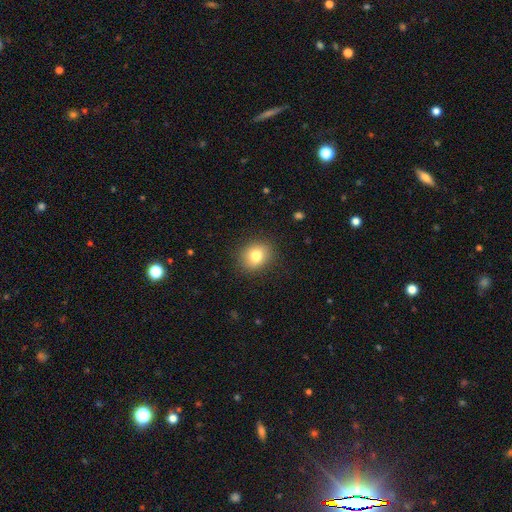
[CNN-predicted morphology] Q: Smooth or featured?
A: smooth (80%); runner-up: star or artifact (11%)
Q: How rounded?
A: round (68%); runner-up: in between (31%)
Q: Merging?
A: none (88%); runner-up: minor disturbance (8%)